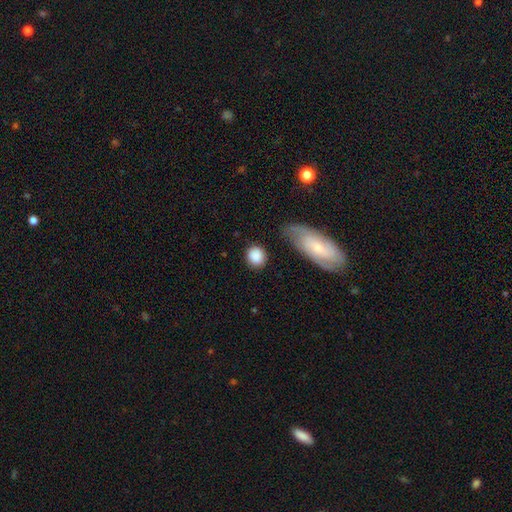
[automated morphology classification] type=smooth (86%); roundness=round (77%); merging=none (76%).